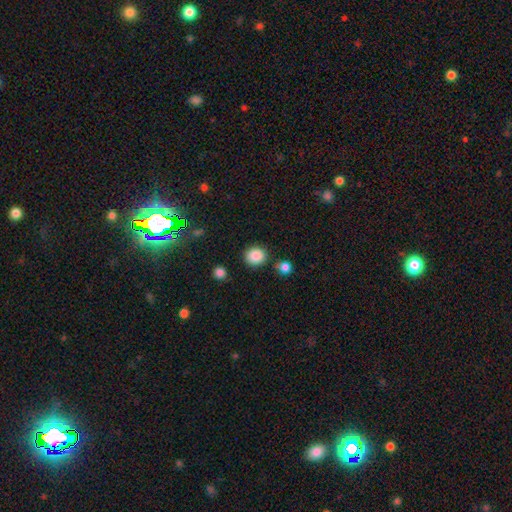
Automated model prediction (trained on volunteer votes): Overall: smooth (86%). How rounded: round (79%). Merging: none (83%).